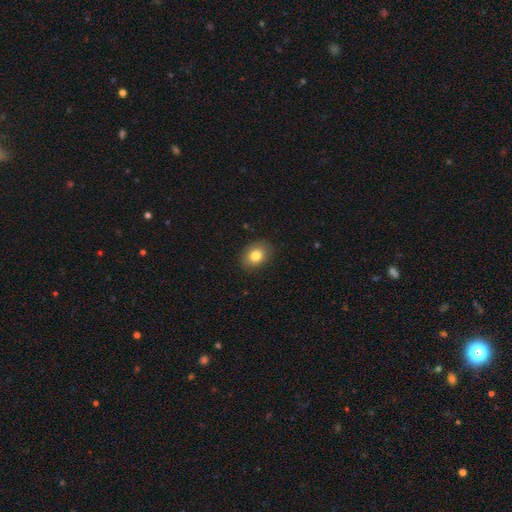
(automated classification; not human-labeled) The model was most divided on "how rounded": in between: 66%, round: 33%, cigar-shaped: 1%. More confident: merging — none (86%); smooth or featured — smooth (82%).